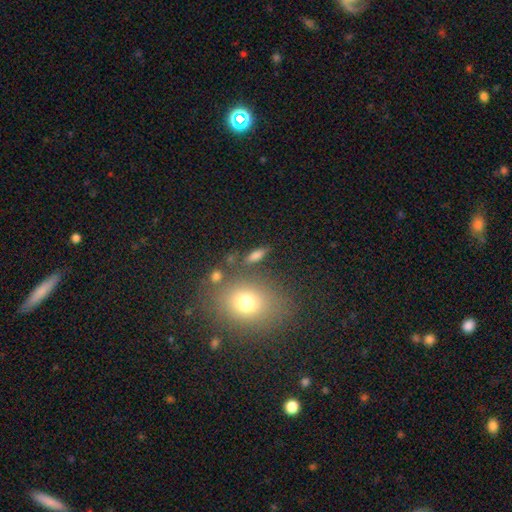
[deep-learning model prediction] A smooth galaxy with no disk features (71%) that is in between round and cigar-shaped (51%).

Vote fractions:
- Smooth or featured? smooth: 71% / featured or disk: 17% / star or artifact: 12%
- How rounded? in between: 51% / cigar-shaped: 36% / round: 12%
- Merging? none: 78% / minor disturbance: 11% / merger: 6% / major disturbance: 5%